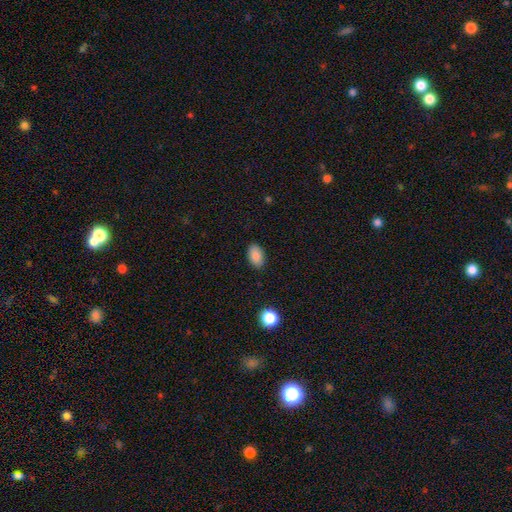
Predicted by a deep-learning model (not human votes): Smooth or featured: smooth — 88% (star or artifact — 8%)
How rounded: in between — 92% (round — 6%)
Merging: none — 87% (minor disturbance — 10%)